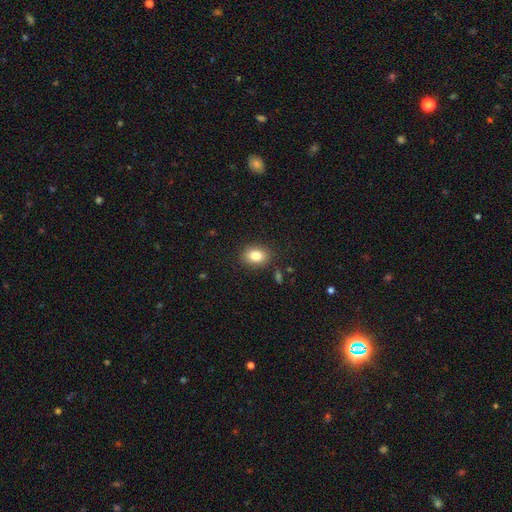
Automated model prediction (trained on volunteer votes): Smooth or featured?
  - smooth: 82% *
  - star or artifact: 9%
  - featured or disk: 8%
How rounded?
  - in between: 63% *
  - round: 36%
  - cigar-shaped: 1%
Merging?
  - none: 86% *
  - minor disturbance: 9%
  - major disturbance: 3%
  - merger: 2%